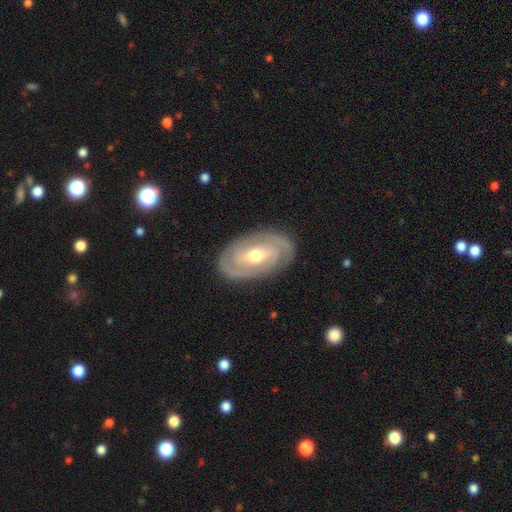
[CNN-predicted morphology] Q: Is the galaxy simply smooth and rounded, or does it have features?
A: featured or disk — 85%.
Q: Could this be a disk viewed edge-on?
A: no — 95%.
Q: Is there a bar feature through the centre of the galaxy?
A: no — 42%.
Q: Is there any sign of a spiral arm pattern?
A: yes — 93%.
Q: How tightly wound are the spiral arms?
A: tight — 70%.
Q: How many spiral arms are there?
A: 2 — 63%.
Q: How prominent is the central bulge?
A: moderate — 70%.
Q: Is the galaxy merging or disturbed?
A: none — 85%.